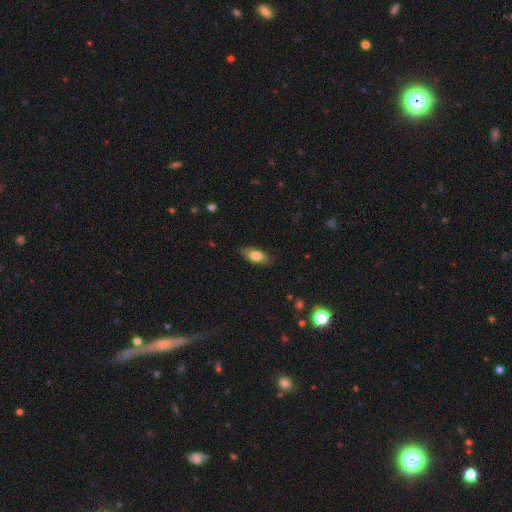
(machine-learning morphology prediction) Smooth or featured: smooth — 78% (featured or disk — 16%)
How rounded: in between — 85% (cigar-shaped — 12%)
Merging: none — 83% (minor disturbance — 13%)